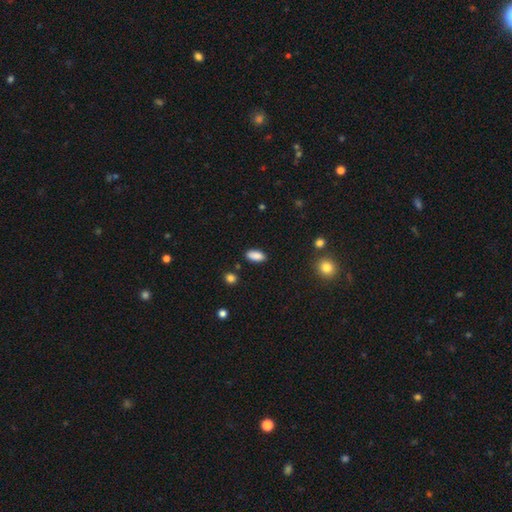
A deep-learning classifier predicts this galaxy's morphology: A smooth galaxy with no disk features (87%) that is in between round and cigar-shaped (89%). Merging: none (86%).